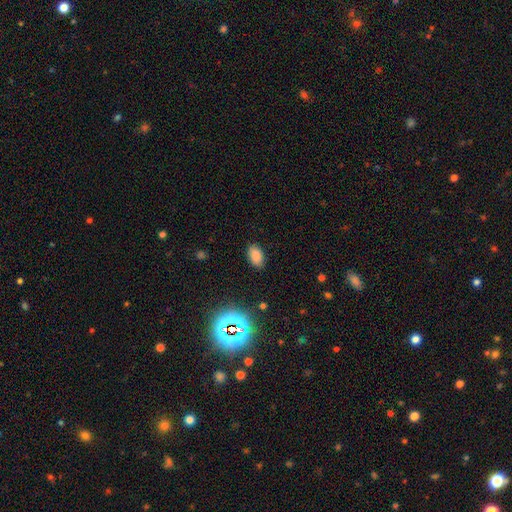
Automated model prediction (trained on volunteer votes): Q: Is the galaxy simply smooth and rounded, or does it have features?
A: smooth — 82%.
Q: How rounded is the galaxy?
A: in between — 92%.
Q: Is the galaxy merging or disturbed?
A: none — 87%.